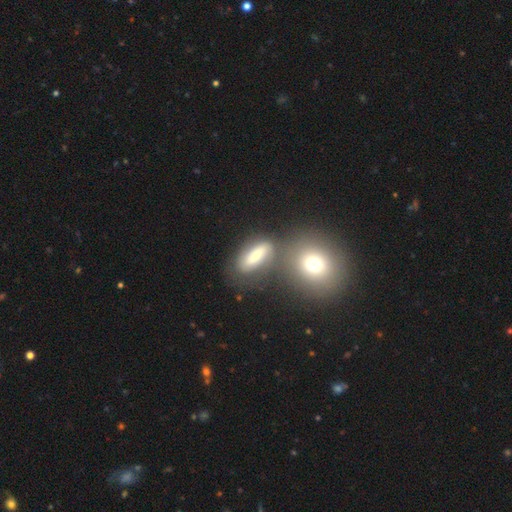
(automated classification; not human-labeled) This appears to be a smooth galaxy with no disk features (63%) that is in between round and cigar-shaped (72%). Merging: none (59%).